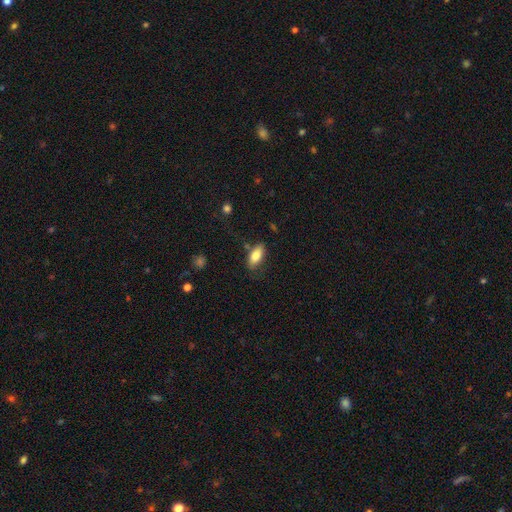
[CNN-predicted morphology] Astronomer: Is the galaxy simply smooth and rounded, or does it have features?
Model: smooth — 80%.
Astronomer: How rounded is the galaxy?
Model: in between — 88%.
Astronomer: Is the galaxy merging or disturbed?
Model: none — 75%.